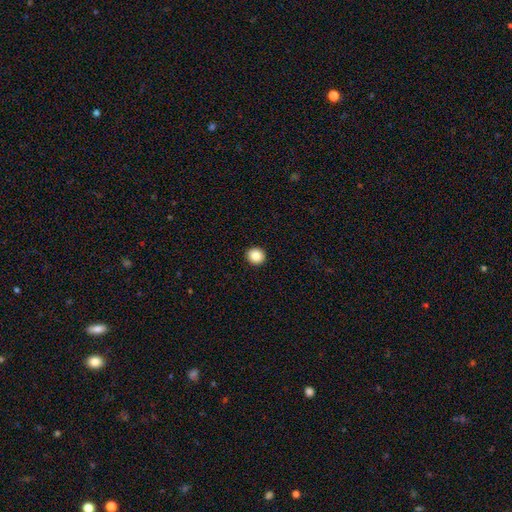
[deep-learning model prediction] Q: Smooth or featured?
A: smooth (86%); runner-up: star or artifact (9%)
Q: How rounded?
A: round (89%); runner-up: in between (10%)
Q: Merging?
A: none (93%); runner-up: minor disturbance (4%)